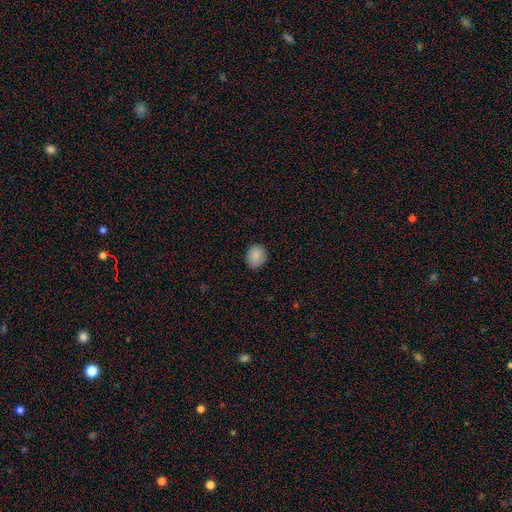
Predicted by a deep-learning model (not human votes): Morphology: type=smooth (87%); roundness=round (67%); merging=none (87%).